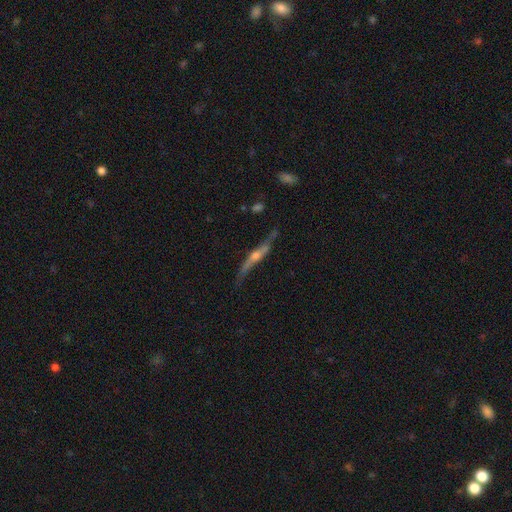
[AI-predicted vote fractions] Q: Smooth or featured?
A: featured or disk (79%); runner-up: smooth (14%)
Q: Edge-on disk?
A: yes (88%); runner-up: no (12%)
Q: Edge-on bulge?
A: rounded (86%); runner-up: none (8%)
Q: Merging?
A: none (68%); runner-up: minor disturbance (21%)